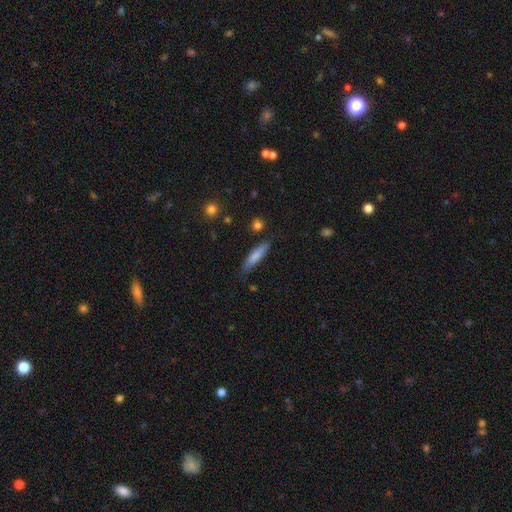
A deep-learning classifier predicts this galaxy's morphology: Smooth or featured? Predicted: smooth (p=0.75). How rounded? Predicted: cigar-shaped (p=0.82). Merging? Predicted: none (p=0.81).